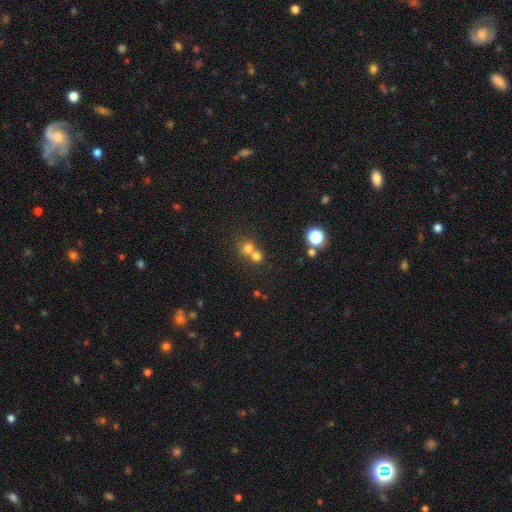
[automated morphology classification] The model was most divided on "merging": merger: 53%, none: 39%, minor disturbance: 5%, major disturbance: 3%. More confident: how rounded — round (83%); smooth or featured — smooth (69%).